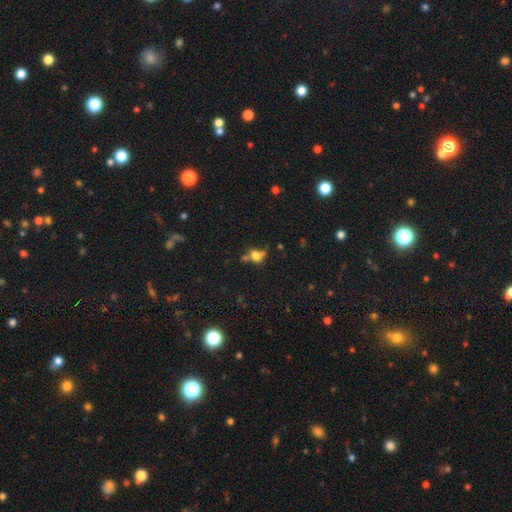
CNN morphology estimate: This appears to be a smooth galaxy with no disk features (65%) that is in between round and cigar-shaped (51%). Merging: none (42%).